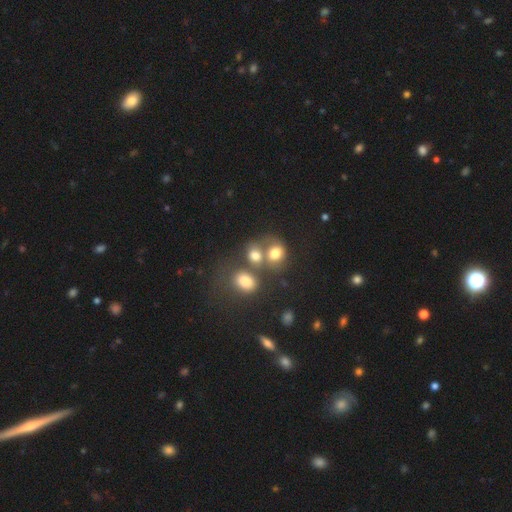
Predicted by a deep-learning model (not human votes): This is likely a smooth galaxy (72%). How rounded: possibly round (57%). Merging: possibly merger (51%).